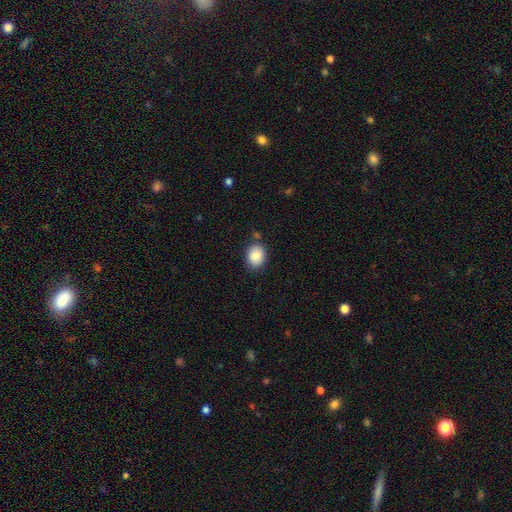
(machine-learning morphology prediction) This is clearly a smooth galaxy (89%). How rounded: possibly in between (57%). Merging: likely none (79%).